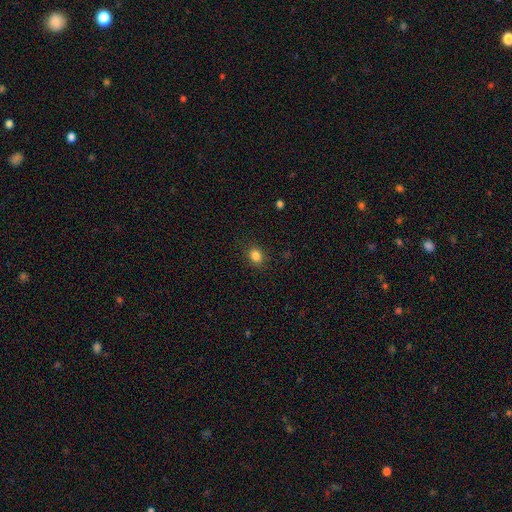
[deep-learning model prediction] Overall: smooth (84%). How rounded: round (59%; in between 40%). Merging: none (87%).